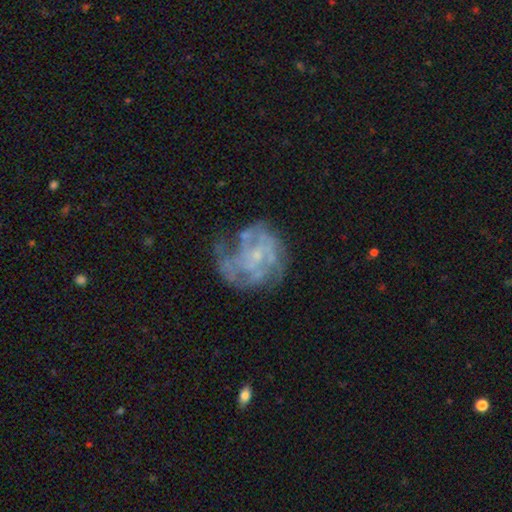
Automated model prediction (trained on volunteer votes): A featured or disk galaxy (76%) with no bar (75%), tight (46%) spiral arms (68%) and a small central bulge (66%). Merging: none (53%).